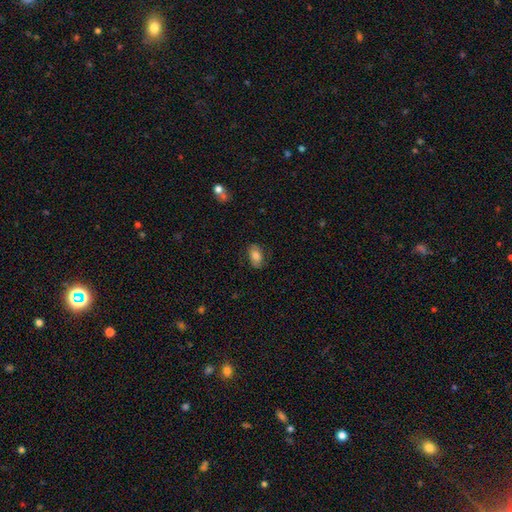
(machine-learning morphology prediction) A smooth galaxy with no disk features (76%) that is in between round and cigar-shaped (90%). Merging: none (80%).